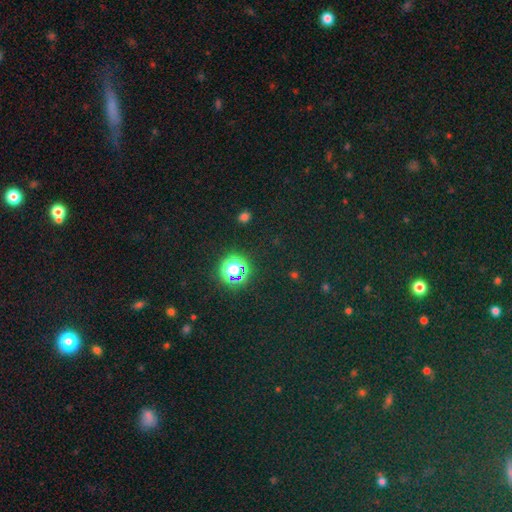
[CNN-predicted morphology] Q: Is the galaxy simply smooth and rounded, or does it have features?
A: star or artifact — 61%.